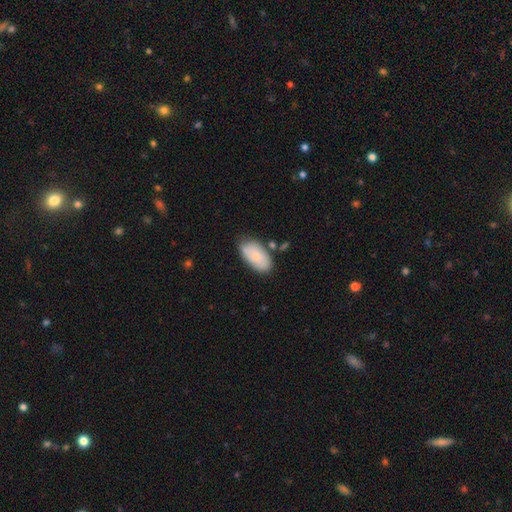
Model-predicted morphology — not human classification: type=smooth (78%); roundness=in between (94%); merging=none (67%).